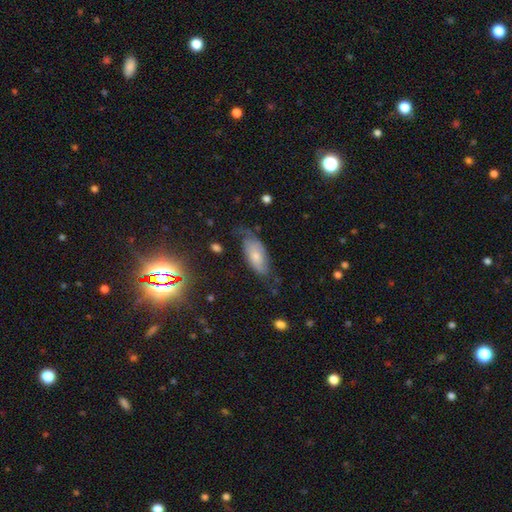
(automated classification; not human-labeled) Overall: smooth (47%; featured or disk 44%). Merging: none (47%; minor disturbance 32%).